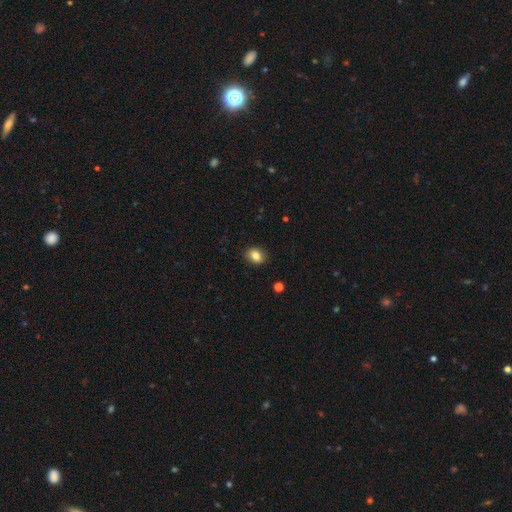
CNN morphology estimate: smooth_or_featured: smooth (p=0.82) [alt: star or artifact p=0.10]
how_rounded: in between (p=0.50) [alt: round p=0.49]
merging: none (p=0.89) [alt: minor disturbance p=0.08]